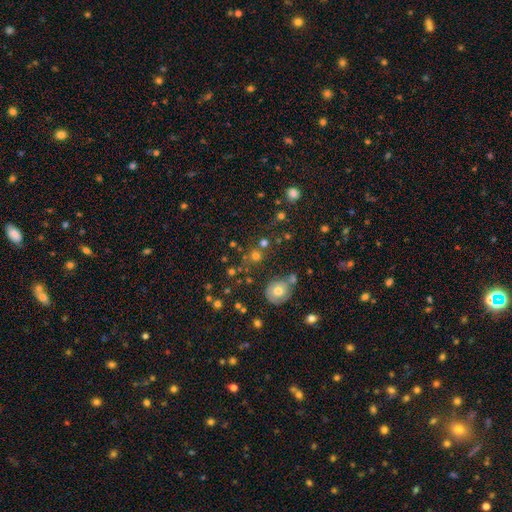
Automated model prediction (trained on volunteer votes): The model was most divided on "smooth or featured": smooth: 59%, star or artifact: 27%, featured or disk: 13%. More confident: how rounded — round (87%); merging — none (68%).